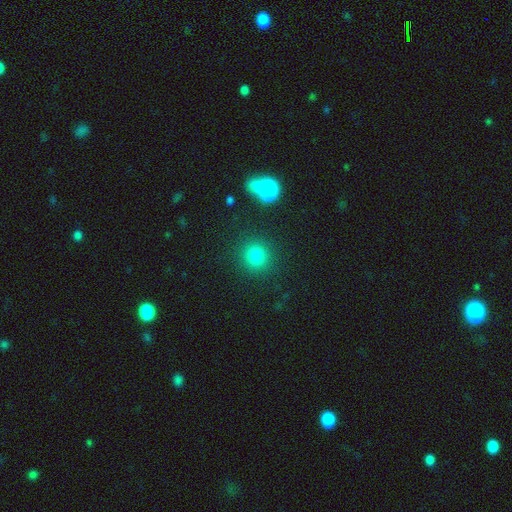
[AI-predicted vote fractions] Smooth or featured? Predicted: smooth (p=0.79). How rounded? Predicted: round (p=0.91). Merging? Predicted: none (p=0.88).